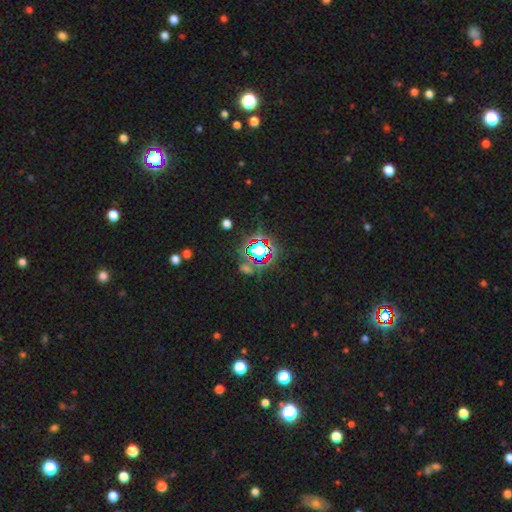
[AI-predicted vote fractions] This is clearly a star or artifact rather than a galaxy (81%).